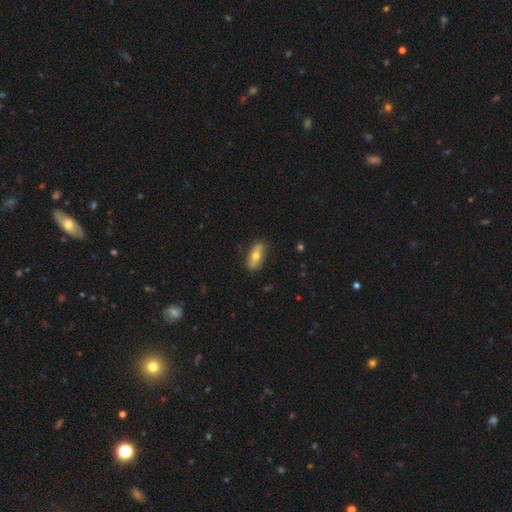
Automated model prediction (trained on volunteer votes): The model was most divided on "smooth or featured": smooth: 53%, featured or disk: 40%, star or artifact: 6%. More confident: how rounded — in between (84%); merging — none (82%).